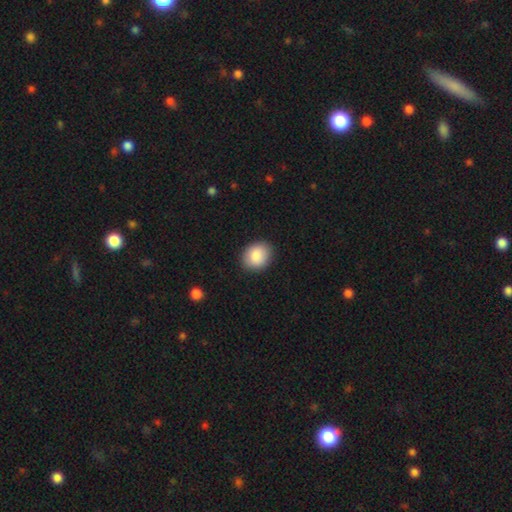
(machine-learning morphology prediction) This is clearly a smooth galaxy (87%). How rounded: possibly in between (51%). Merging: clearly none (88%).